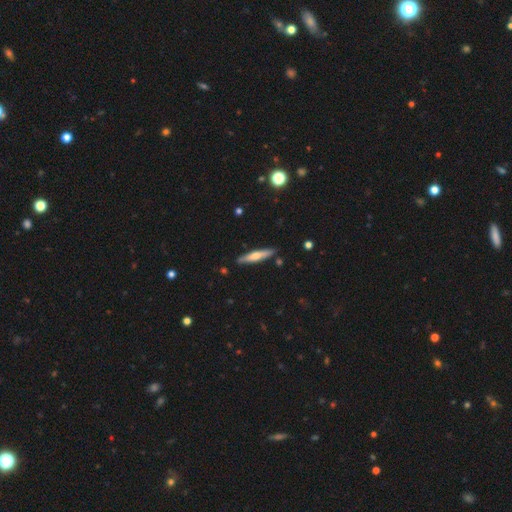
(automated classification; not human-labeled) smooth-or-featured: featured or disk: 48% | smooth: 46% | star or artifact: 6%
  merging: none: 88% | minor disturbance: 8% | merger: 2% | major disturbance: 2%